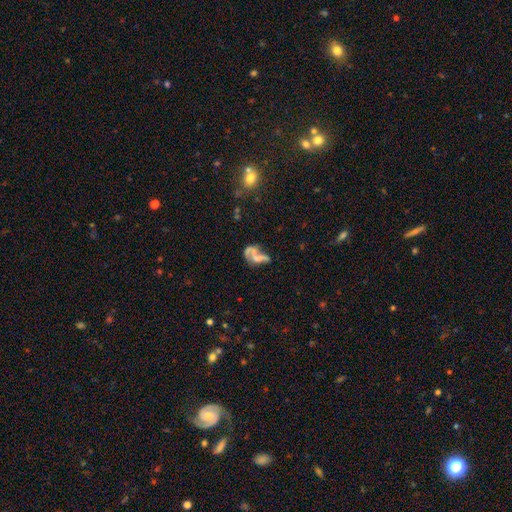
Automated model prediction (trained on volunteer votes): Overall: featured or disk (50%; smooth 34%). Merging: merger (36%; major disturbance 30%).